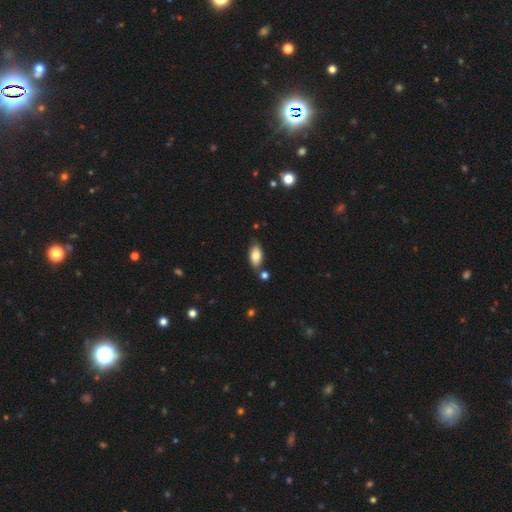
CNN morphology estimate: A smooth galaxy with no disk features (82%) that is in between round and cigar-shaped (91%).

Vote fractions:
- Smooth or featured? smooth: 82% / featured or disk: 11% / star or artifact: 7%
- How rounded? in between: 91% / cigar-shaped: 7% / round: 3%
- Merging? none: 76% / minor disturbance: 14% / merger: 7% / major disturbance: 3%